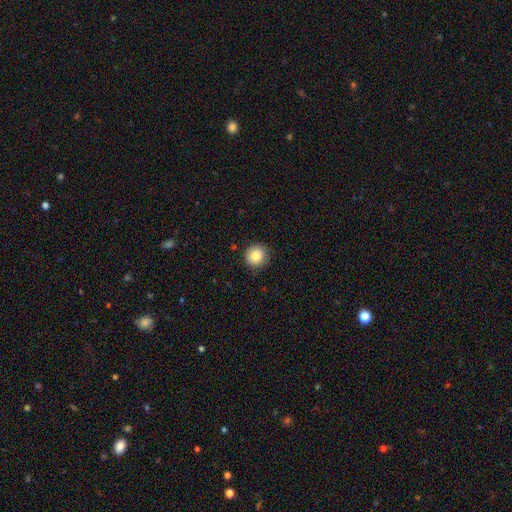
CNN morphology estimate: Smooth or featured?
  - smooth: 84% *
  - star or artifact: 9%
  - featured or disk: 7%
How rounded?
  - round: 93% *
  - in between: 6%
  - cigar-shaped: 1%
Merging?
  - none: 88% *
  - minor disturbance: 9%
  - major disturbance: 2%
  - merger: 1%